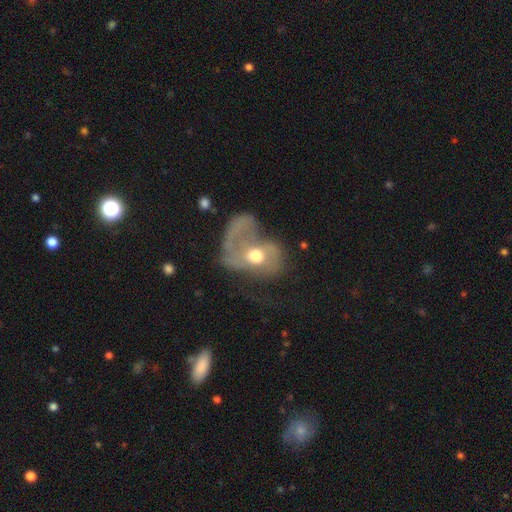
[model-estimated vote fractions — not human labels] Q: Smooth or featured?
A: featured or disk (60%); runner-up: smooth (32%)
Q: Edge-on disk?
A: no (96%); runner-up: yes (4%)
Q: Bar?
A: no (78%); runner-up: weak (17%)
Q: Spiral arms?
A: yes (51%); runner-up: no (49%)
Q: Bulge size?
A: moderate (68%); runner-up: large (19%)
Q: Merging?
A: major disturbance (64%); runner-up: none (14%)